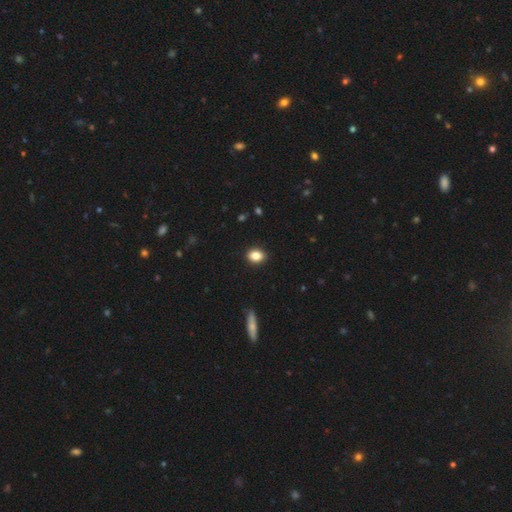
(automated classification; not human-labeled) This appears to be a smooth galaxy with no disk features (85%) that is in between round and cigar-shaped (67%). Merging: none (88%).